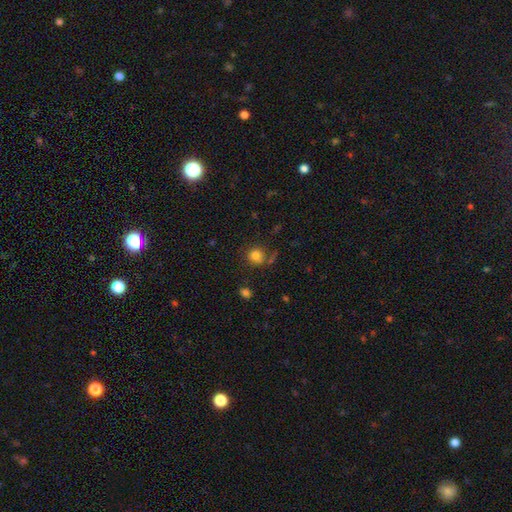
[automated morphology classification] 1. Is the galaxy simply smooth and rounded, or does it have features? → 81% smooth, 12% star or artifact, 8% featured or disk.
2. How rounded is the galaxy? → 83% round, 16% in between, 1% cigar-shaped.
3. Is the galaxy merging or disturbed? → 67% none, 15% minor disturbance, 10% merger, 8% major disturbance.